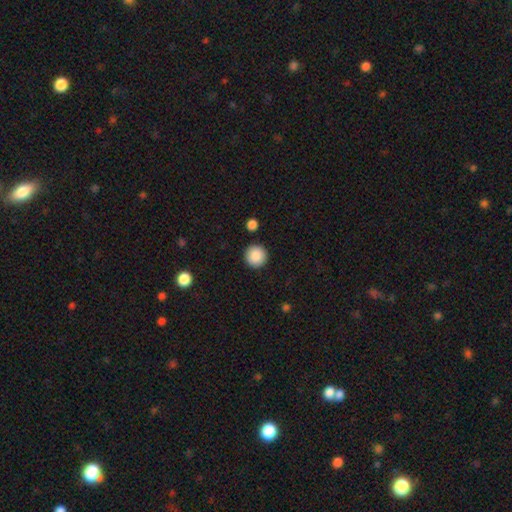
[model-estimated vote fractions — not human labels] Smooth or featured: smooth — 89% (star or artifact — 8%)
How rounded: round — 95% (in between — 4%)
Merging: none — 91% (minor disturbance — 5%)